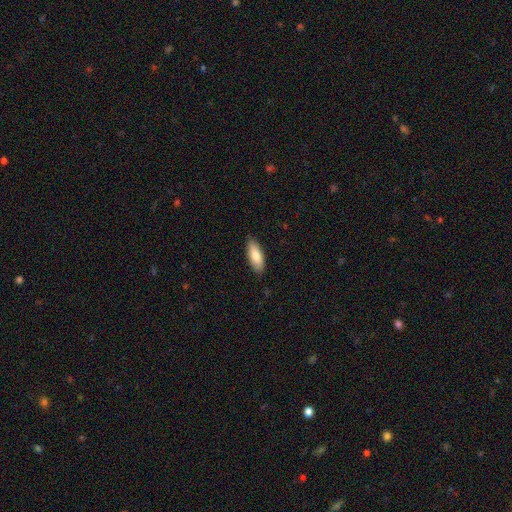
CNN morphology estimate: Smooth or featured? smooth (82%)
How rounded? in between (73%)
Merging? none (88%)